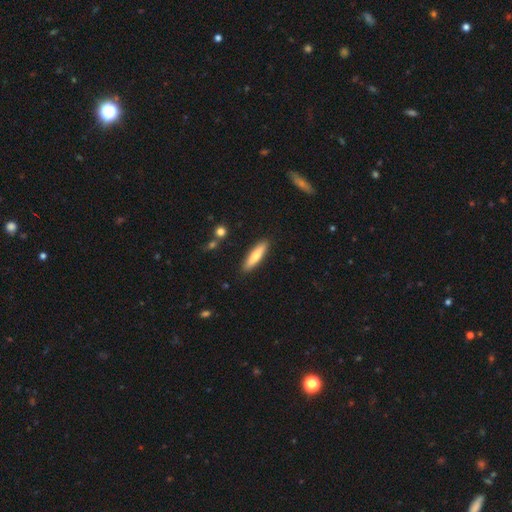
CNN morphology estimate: Smooth or featured? smooth (71%)
How rounded? cigar-shaped (80%)
Merging? none (90%)